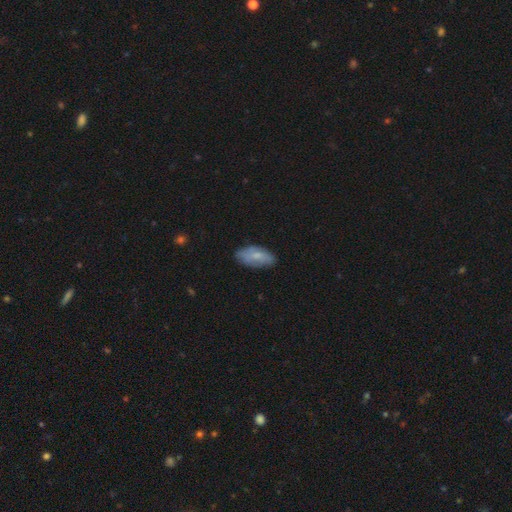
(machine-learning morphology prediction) Smooth or featured? Predicted: smooth (p=0.70). How rounded? Predicted: in between (p=0.91). Merging? Predicted: none (p=0.69).